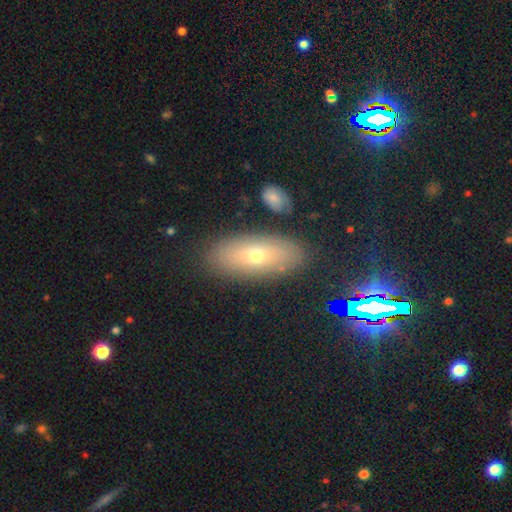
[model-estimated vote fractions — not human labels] Smooth or featured?
  - smooth: 61% *
  - featured or disk: 29%
  - star or artifact: 10%
How rounded?
  - in between: 84% *
  - cigar-shaped: 11%
  - round: 5%
Merging?
  - none: 83% *
  - minor disturbance: 10%
  - major disturbance: 4%
  - merger: 3%